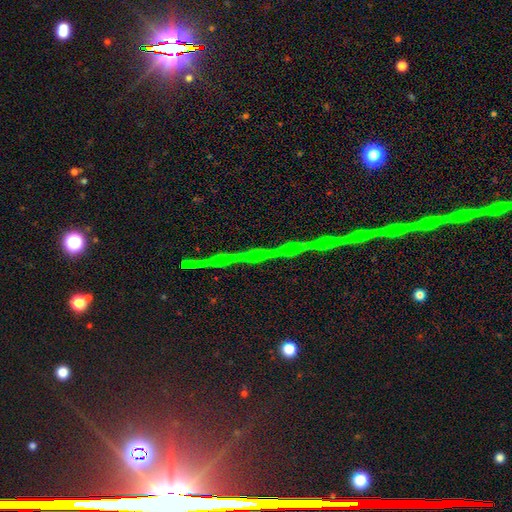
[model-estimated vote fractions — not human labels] A star or artifact, not a galaxy (71%).